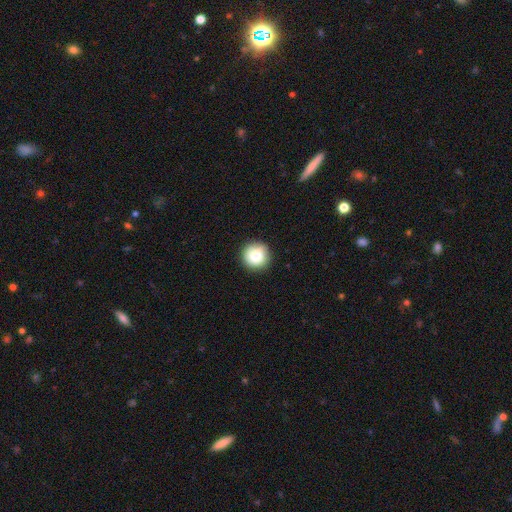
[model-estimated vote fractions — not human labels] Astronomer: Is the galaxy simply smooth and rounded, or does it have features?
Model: smooth — 83%.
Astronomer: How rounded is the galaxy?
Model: round — 95%.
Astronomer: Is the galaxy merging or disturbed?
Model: none — 91%.